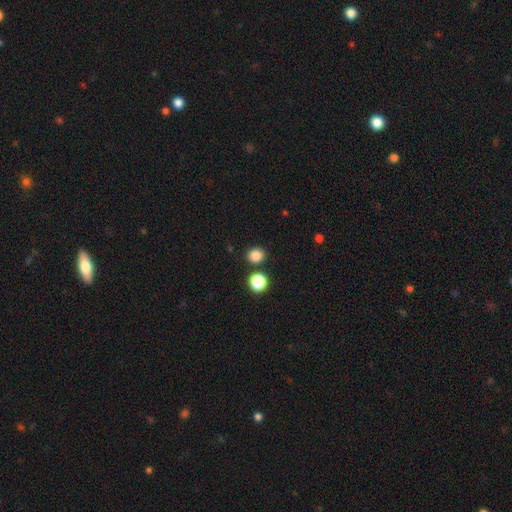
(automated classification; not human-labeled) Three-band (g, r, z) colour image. It shows a smooth galaxy with no disk features (84%) that is round (80%). Merging: none (85%).